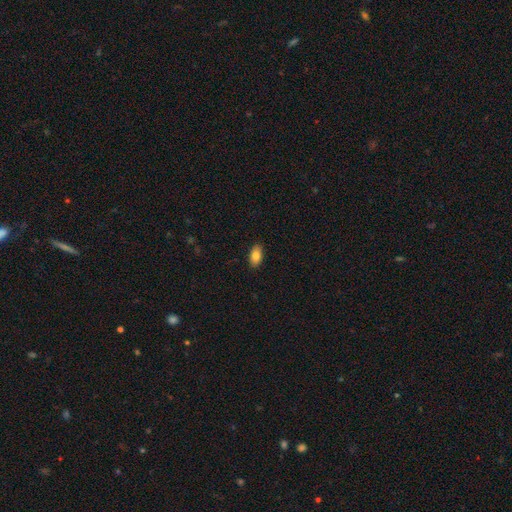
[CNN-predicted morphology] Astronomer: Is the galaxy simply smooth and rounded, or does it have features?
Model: smooth — 85%.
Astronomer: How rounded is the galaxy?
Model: in between — 93%.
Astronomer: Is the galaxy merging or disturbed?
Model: none — 88%.